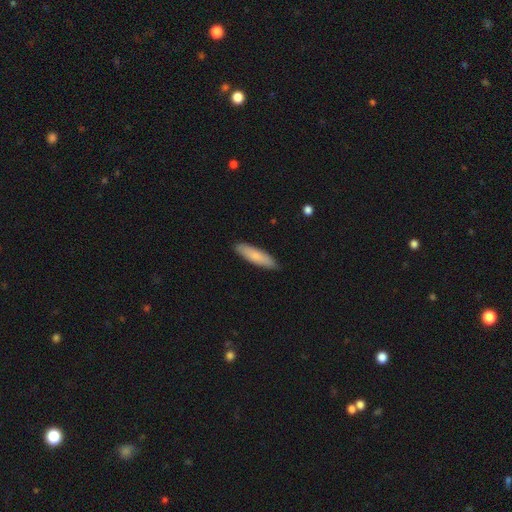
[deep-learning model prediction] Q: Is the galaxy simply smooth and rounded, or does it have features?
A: smooth — 79%.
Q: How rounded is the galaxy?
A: cigar-shaped — 68%.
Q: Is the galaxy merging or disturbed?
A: none — 89%.